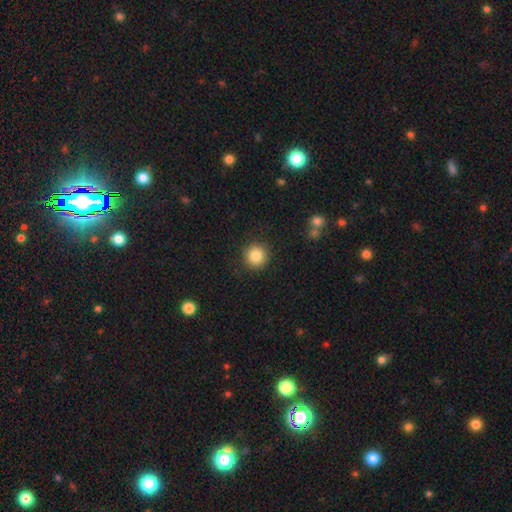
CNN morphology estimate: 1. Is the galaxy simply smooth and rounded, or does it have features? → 85% smooth, 10% star or artifact, 5% featured or disk.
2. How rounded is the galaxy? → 94% round, 5% in between, 1% cigar-shaped.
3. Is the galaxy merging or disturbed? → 90% none, 6% minor disturbance, 2% major disturbance, 1% merger.